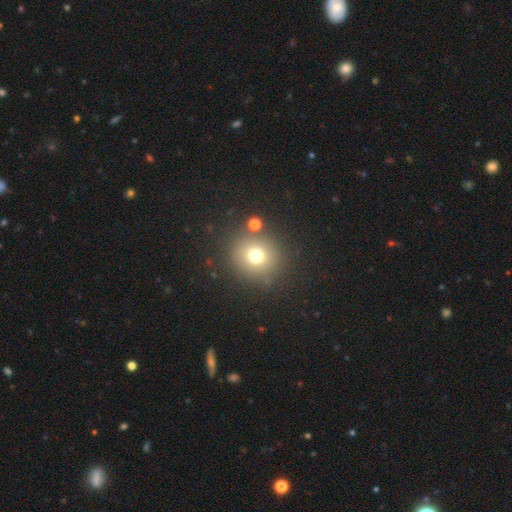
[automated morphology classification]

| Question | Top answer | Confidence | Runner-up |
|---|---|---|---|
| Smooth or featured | smooth | 71% | star or artifact (18%) |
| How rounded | round | 90% | in between (9%) |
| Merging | none | 82% | minor disturbance (8%) |